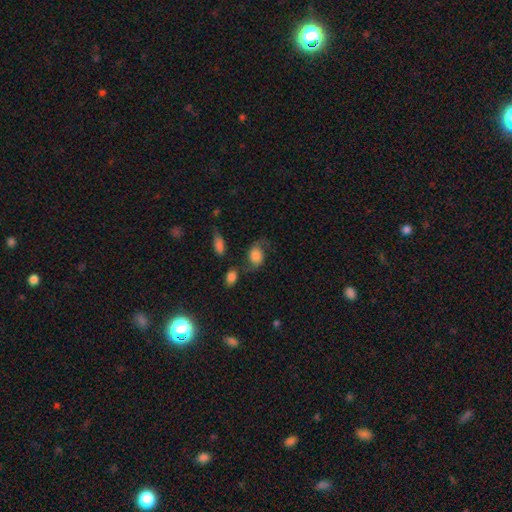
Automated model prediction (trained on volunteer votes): smooth 56%, featured or disk 34%, star or artifact 10%. Down the decision tree: how rounded — in between (72%); merging — none (52%).